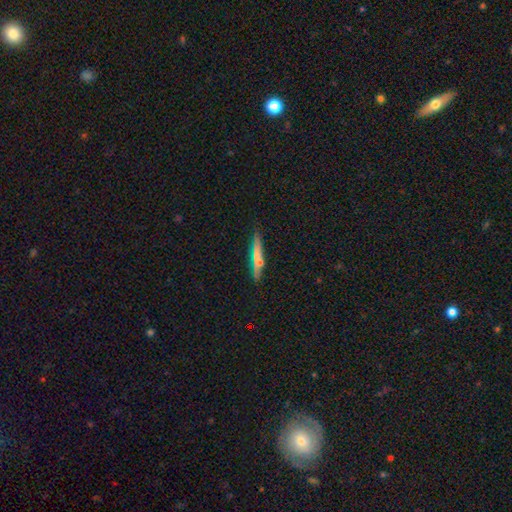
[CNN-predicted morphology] smooth 51%, featured or disk 38%, star or artifact 12%. Down the decision tree: how rounded — cigar-shaped (87%); merging — none (84%).